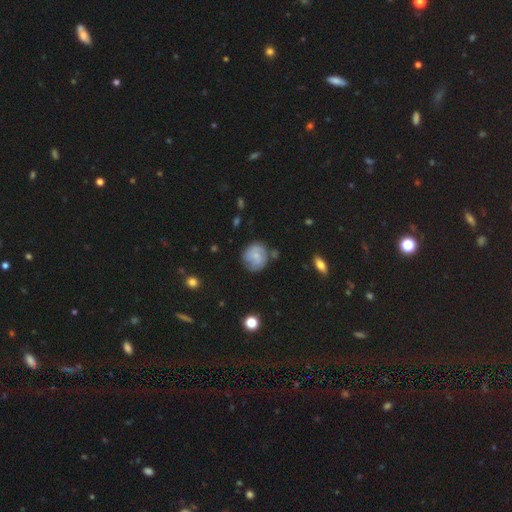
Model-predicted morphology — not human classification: Overall: smooth (48%; featured or disk 43%). Merging: none (68%).